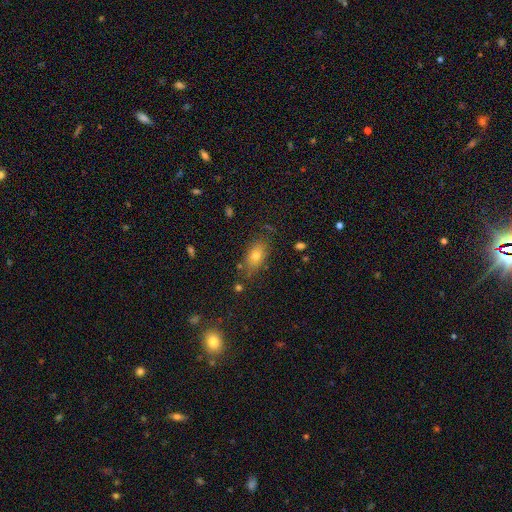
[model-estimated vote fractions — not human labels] Smooth or featured? smooth (71%)
How rounded? in between (80%)
Merging? none (77%)